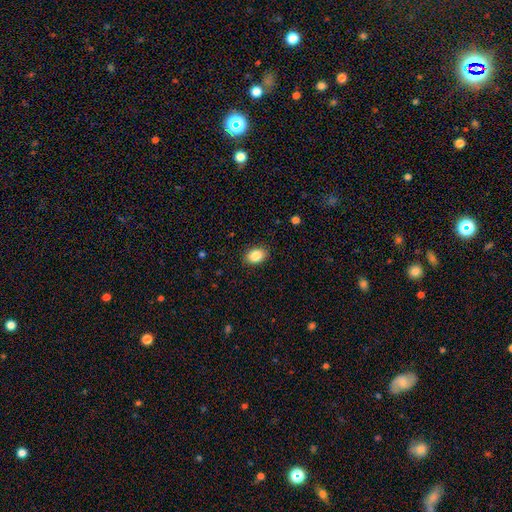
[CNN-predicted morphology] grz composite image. It shows a smooth galaxy with no disk features (88%) that is in between round and cigar-shaped (81%). Merging: none (88%).